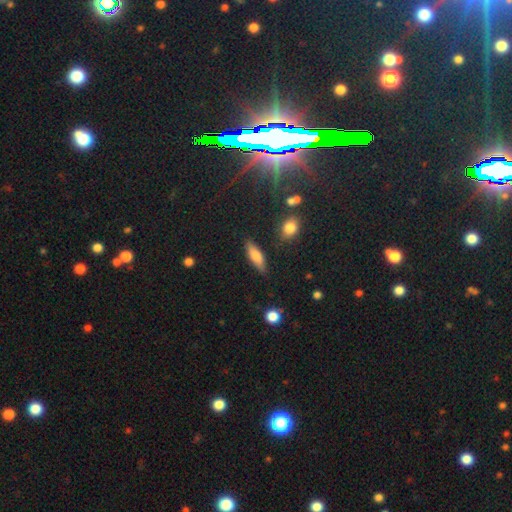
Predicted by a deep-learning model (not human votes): Morphology: type=smooth (72%); roundness=in between (49%); merging=none (81%).